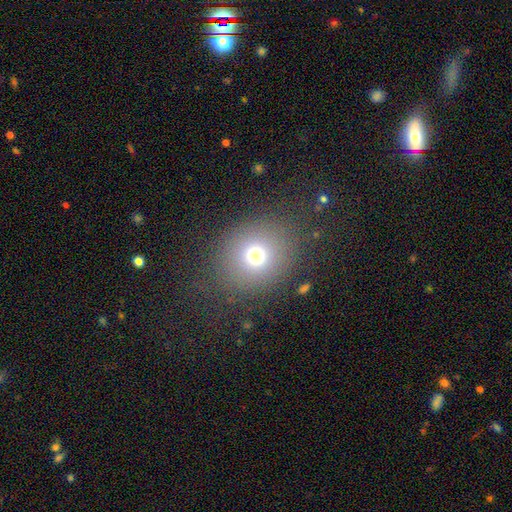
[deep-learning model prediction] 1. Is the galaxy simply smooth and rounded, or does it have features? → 72% smooth, 17% star or artifact, 11% featured or disk.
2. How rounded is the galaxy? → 79% round, 20% in between, 1% cigar-shaped.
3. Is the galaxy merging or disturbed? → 82% none, 9% minor disturbance, 7% major disturbance, 2% merger.